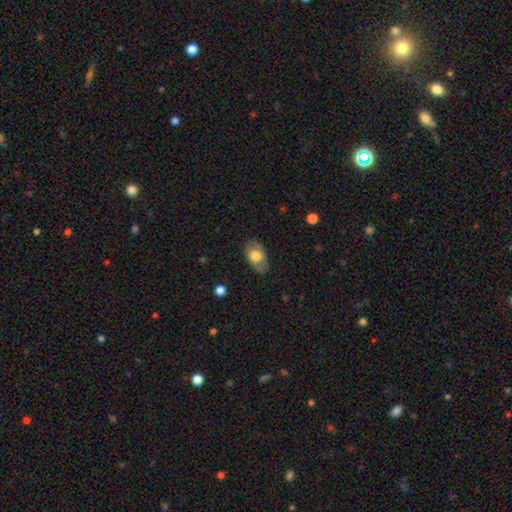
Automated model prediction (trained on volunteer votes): Smooth or featured? Predicted: smooth (p=0.65). How rounded? Predicted: in between (p=0.88). Merging? Predicted: none (p=0.79).